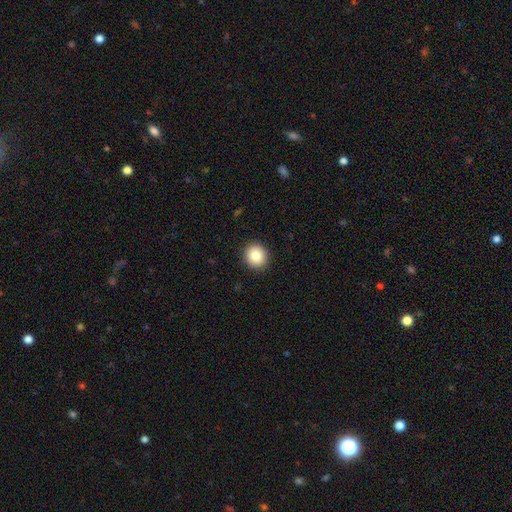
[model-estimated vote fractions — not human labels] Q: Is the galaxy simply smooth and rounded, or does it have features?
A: smooth — 84%.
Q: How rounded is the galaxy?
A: round — 88%.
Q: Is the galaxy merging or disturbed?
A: none — 92%.